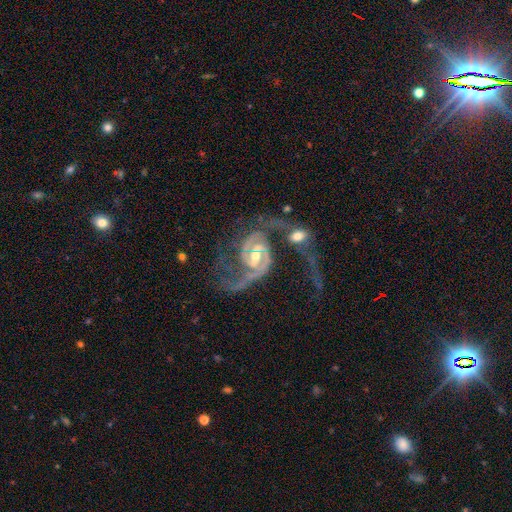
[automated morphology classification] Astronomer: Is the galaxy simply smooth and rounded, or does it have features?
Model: featured or disk — 91%.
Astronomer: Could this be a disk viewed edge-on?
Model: no — 97%.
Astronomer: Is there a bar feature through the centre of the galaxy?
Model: weak — 43% (runner-up: no, 38%).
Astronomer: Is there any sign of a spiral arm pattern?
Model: yes — 97%.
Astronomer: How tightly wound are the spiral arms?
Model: medium — 46% (runner-up: loose, 32%).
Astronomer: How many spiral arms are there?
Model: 2 — 79%.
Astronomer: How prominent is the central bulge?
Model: moderate — 59%.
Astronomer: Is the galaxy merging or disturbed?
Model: merger — 47% (runner-up: major disturbance, 24%).